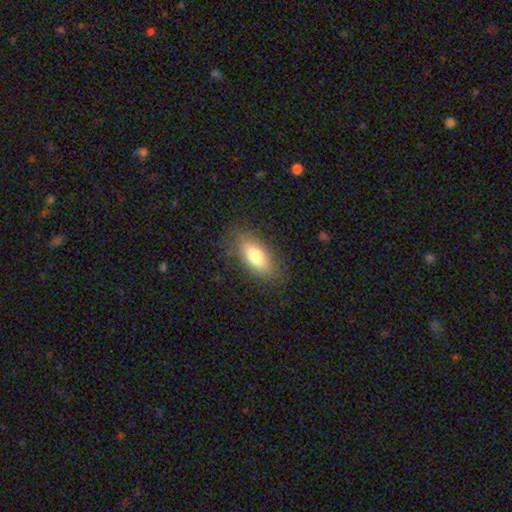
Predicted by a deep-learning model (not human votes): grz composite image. It shows a smooth galaxy with no disk features (74%) that is in between round and cigar-shaped (82%). Merging: none (81%).